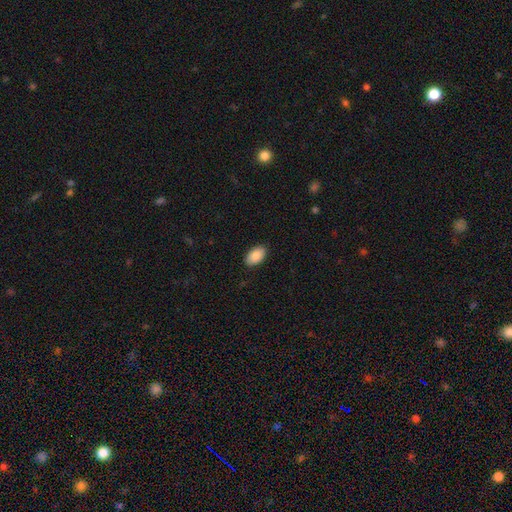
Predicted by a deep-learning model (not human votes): smooth-or-featured: smooth: 87% | star or artifact: 6% | featured or disk: 6%
  how-rounded: in between: 95% | round: 4% | cigar-shaped: 1%
  merging: none: 89% | minor disturbance: 9% | major disturbance: 2% | merger: 1%